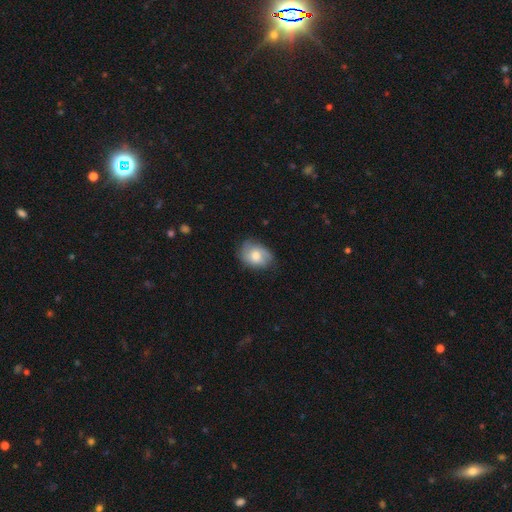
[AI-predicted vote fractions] Smooth or featured? Predicted: smooth (p=0.65). How rounded? Predicted: in between (p=0.70). Merging? Predicted: none (p=0.65).